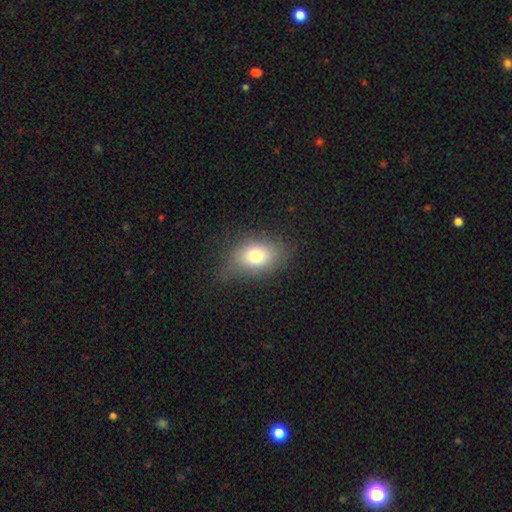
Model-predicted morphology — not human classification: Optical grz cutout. It shows a smooth galaxy with no disk features (74%) that is in between round and cigar-shaped (73%). Merging: none (69%).